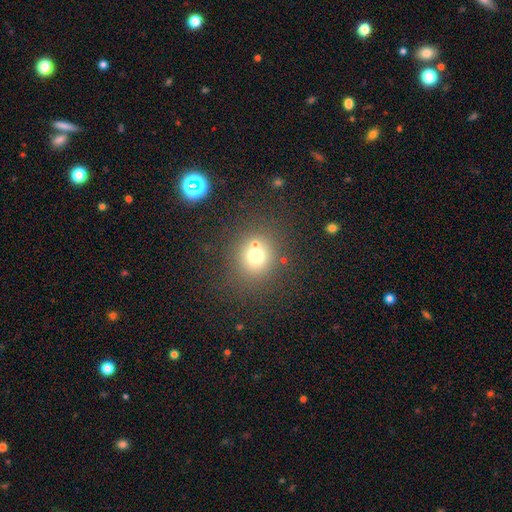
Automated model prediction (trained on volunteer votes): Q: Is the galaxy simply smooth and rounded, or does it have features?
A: smooth — 70%.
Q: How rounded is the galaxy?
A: round — 86%.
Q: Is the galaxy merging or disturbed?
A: none — 67%.